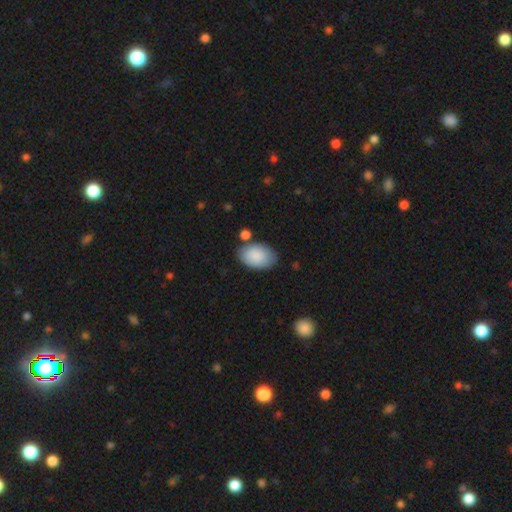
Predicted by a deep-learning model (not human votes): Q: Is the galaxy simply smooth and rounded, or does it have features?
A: smooth — 89%.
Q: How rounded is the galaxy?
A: in between — 92%.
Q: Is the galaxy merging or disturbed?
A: none — 72%.